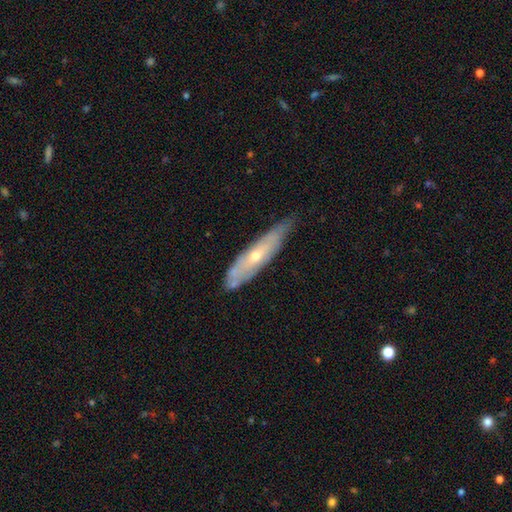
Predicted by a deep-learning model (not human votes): Smooth or featured: featured or disk — 59% (smooth — 35%)
Edge-on disk: no — 56% (yes — 44%)
Merging: none — 65% (minor disturbance — 27%)